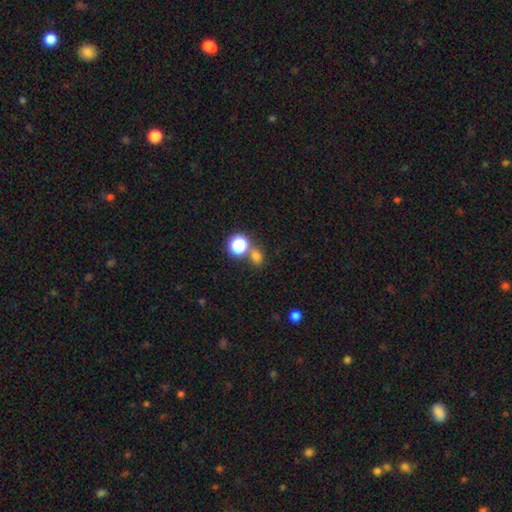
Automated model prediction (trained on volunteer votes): Overall: smooth (68%). How rounded: round (64%; in between 34%). Merging: none (65%).